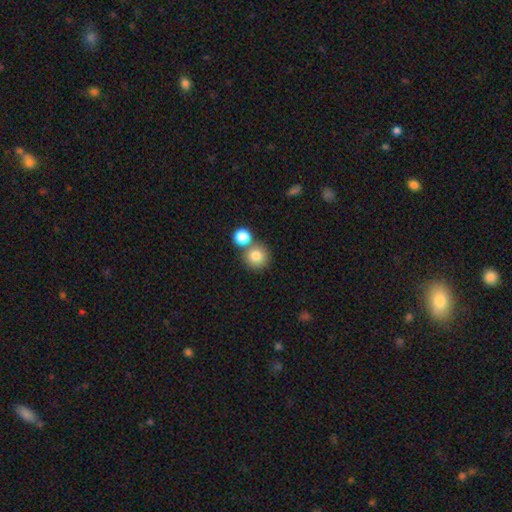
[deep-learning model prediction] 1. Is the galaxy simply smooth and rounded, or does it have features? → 81% smooth, 10% star or artifact, 8% featured or disk.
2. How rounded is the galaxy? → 92% round, 7% in between, 1% cigar-shaped.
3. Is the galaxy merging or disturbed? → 62% none, 28% merger, 7% minor disturbance, 3% major disturbance.